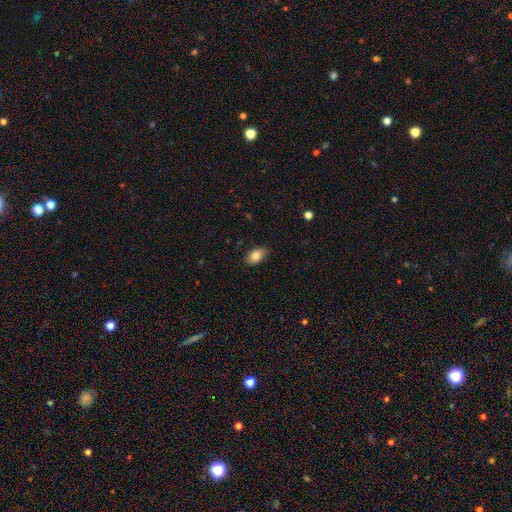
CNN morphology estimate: This is clearly a smooth galaxy (83%). How rounded: clearly in between (90%). Merging: clearly none (83%).